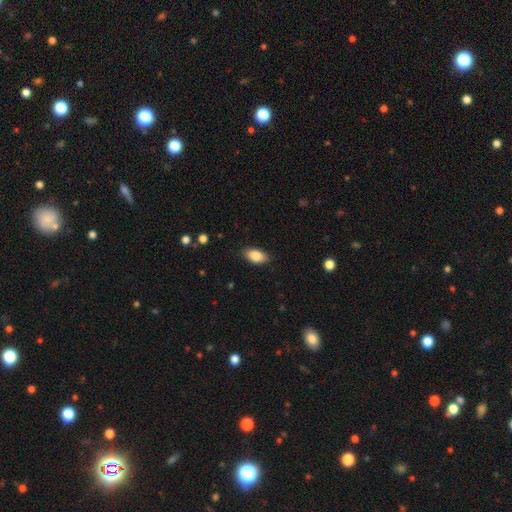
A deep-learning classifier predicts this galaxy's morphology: smooth-or-featured: smooth: 84% | featured or disk: 9% | star or artifact: 7%
  how-rounded: in between: 91% | round: 4% | cigar-shaped: 4%
  merging: none: 86% | minor disturbance: 11% | major disturbance: 2% | merger: 1%